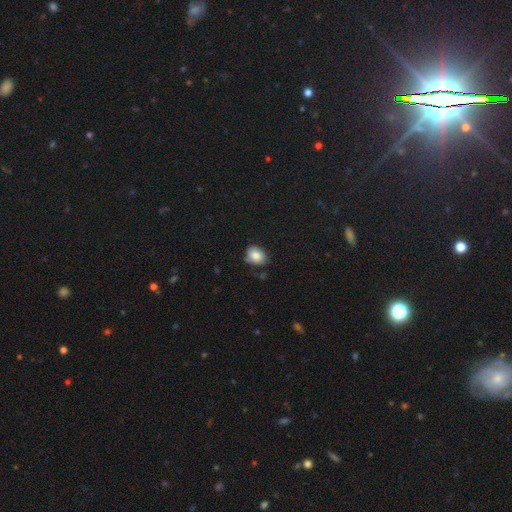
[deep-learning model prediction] smooth 84%, star or artifact 8%, featured or disk 7%. Down the decision tree: how rounded — in between (60%); merging — none (68%).